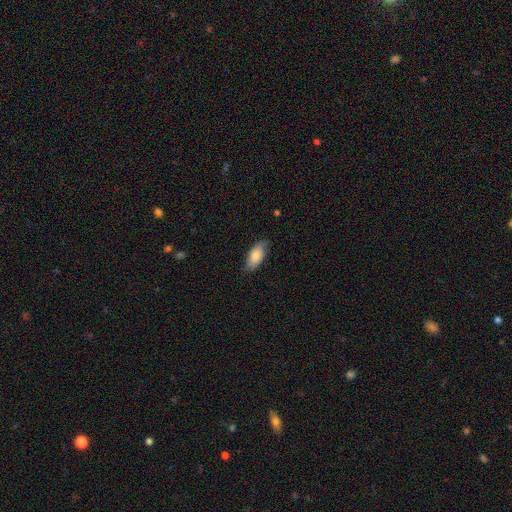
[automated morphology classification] Smooth or featured?
  - smooth: 79% *
  - featured or disk: 15%
  - star or artifact: 6%
How rounded?
  - in between: 89% *
  - cigar-shaped: 9%
  - round: 2%
Merging?
  - none: 77% *
  - minor disturbance: 19%
  - major disturbance: 3%
  - merger: 1%